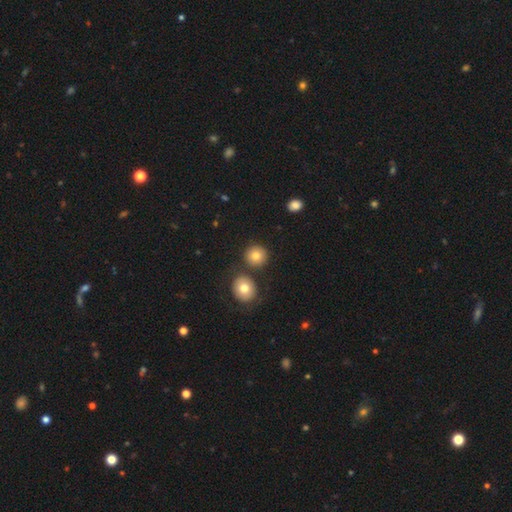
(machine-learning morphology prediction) Overall: smooth (81%). How rounded: round (91%). Merging: none (81%).